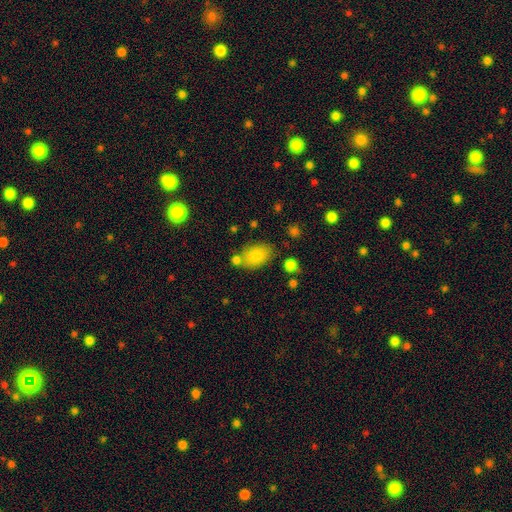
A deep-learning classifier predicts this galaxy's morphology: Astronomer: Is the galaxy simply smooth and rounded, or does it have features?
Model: smooth — 85%.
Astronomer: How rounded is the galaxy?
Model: in between — 87%.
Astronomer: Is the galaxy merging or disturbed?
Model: none — 67%.